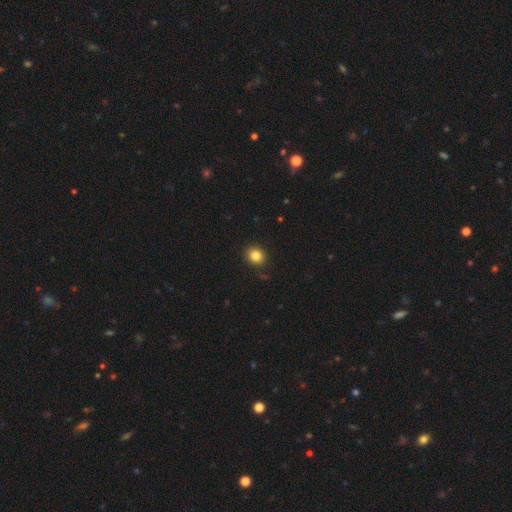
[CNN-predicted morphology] smooth-or-featured: smooth: 84% | star or artifact: 11% | featured or disk: 5%
  how-rounded: round: 80% | in between: 19% | cigar-shaped: 1%
  merging: none: 89% | minor disturbance: 7% | major disturbance: 2% | merger: 1%